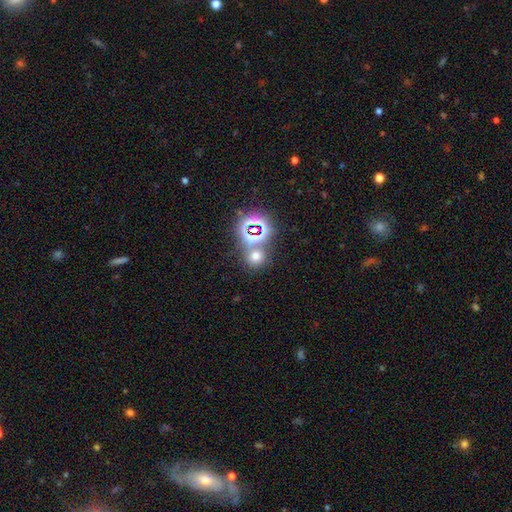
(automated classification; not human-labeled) A smooth galaxy with no disk features (57%) that is round (84%). Merging: none (65%).